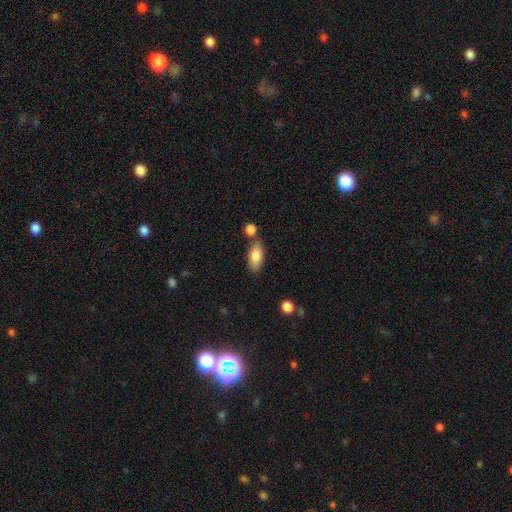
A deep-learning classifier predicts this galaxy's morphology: Smooth or featured?
  - smooth: 83% *
  - featured or disk: 10%
  - star or artifact: 7%
How rounded?
  - in between: 85% *
  - cigar-shaped: 12%
  - round: 3%
Merging?
  - none: 68% *
  - merger: 15%
  - minor disturbance: 14%
  - major disturbance: 3%